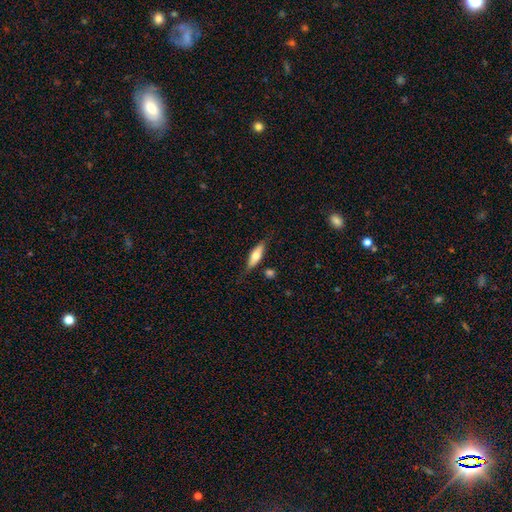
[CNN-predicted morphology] Q: Smooth or featured?
A: smooth (57%); runner-up: featured or disk (37%)
Q: How rounded?
A: in between (51%); runner-up: cigar-shaped (46%)
Q: Merging?
A: none (72%); runner-up: minor disturbance (19%)